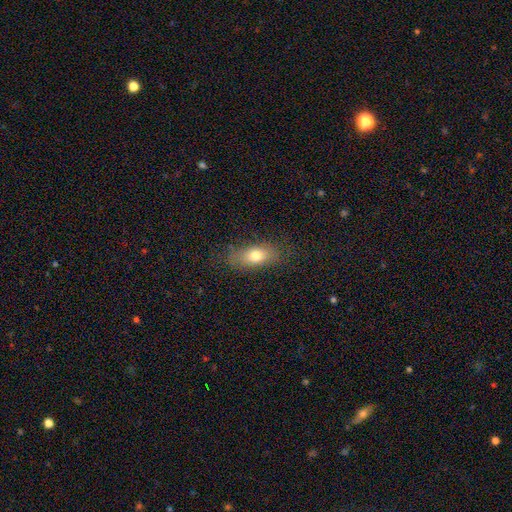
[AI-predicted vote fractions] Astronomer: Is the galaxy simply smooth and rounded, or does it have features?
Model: smooth — 74%.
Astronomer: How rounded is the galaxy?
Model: in between — 82%.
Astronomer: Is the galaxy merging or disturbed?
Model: none — 79%.